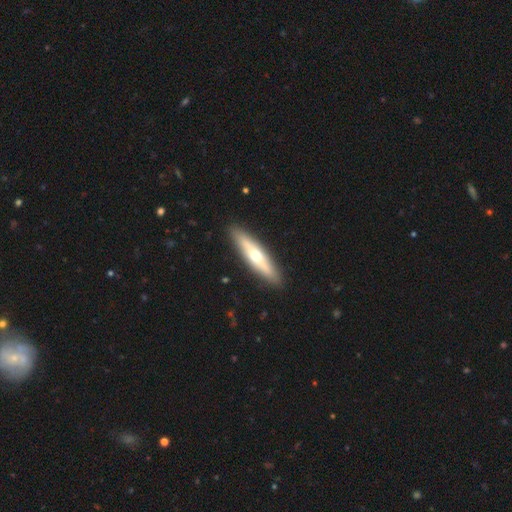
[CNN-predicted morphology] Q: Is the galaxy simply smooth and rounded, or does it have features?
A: featured or disk — 48%.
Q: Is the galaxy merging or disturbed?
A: none — 91%.